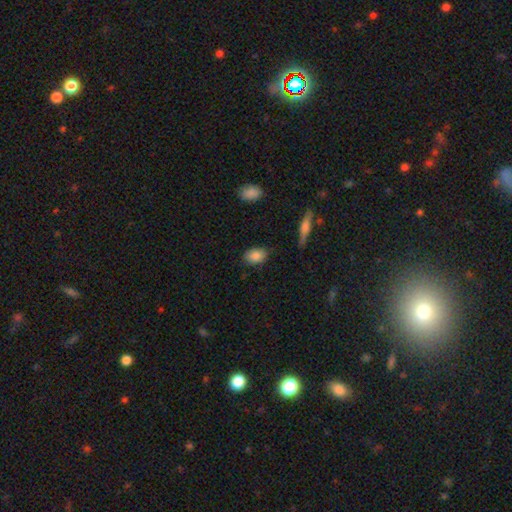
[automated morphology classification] This appears to be a smooth galaxy with no disk features (85%) that is in between round and cigar-shaped (84%). Merging: none (82%).